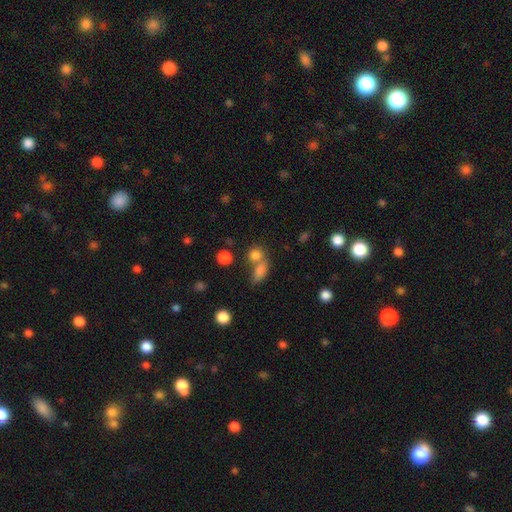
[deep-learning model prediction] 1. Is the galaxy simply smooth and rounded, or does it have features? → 79% smooth, 13% star or artifact, 8% featured or disk.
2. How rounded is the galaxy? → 57% round, 40% in between, 3% cigar-shaped.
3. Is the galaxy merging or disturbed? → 43% merger (tied), 43% none (tied), 9% minor disturbance, 5% major disturbance.